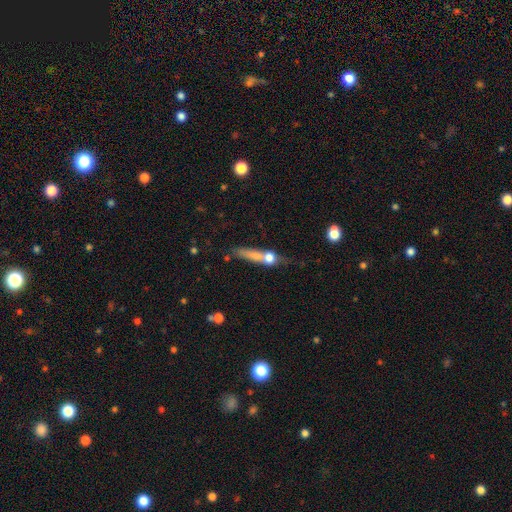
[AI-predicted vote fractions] Morphology: type=smooth (53%); roundness=cigar-shaped (69%); merging=none (40%).